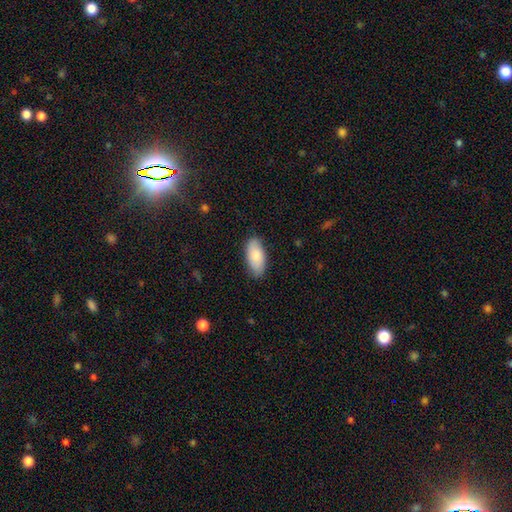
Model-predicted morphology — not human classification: type=smooth (85%); roundness=in between (90%); merging=none (85%).